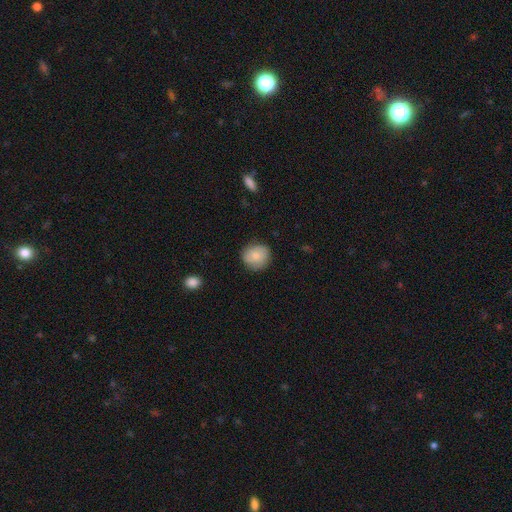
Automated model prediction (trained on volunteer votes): Smooth or featured?
  - smooth: 81% *
  - featured or disk: 12%
  - star or artifact: 7%
How rounded?
  - round: 83% *
  - in between: 16%
  - cigar-shaped: 1%
Merging?
  - none: 81% *
  - minor disturbance: 15%
  - major disturbance: 3%
  - merger: 1%